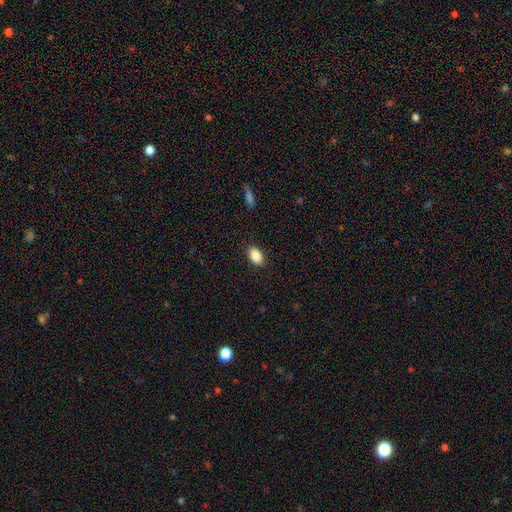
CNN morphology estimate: This is clearly a smooth galaxy (88%). How rounded: clearly in between (90%). Merging: clearly none (88%).